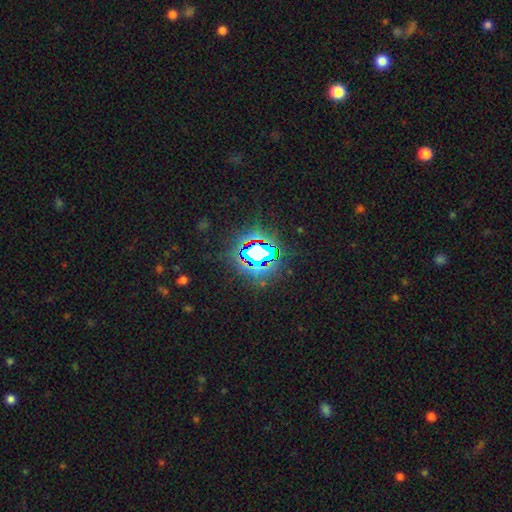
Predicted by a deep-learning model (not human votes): Smooth or featured? star or artifact (79%)